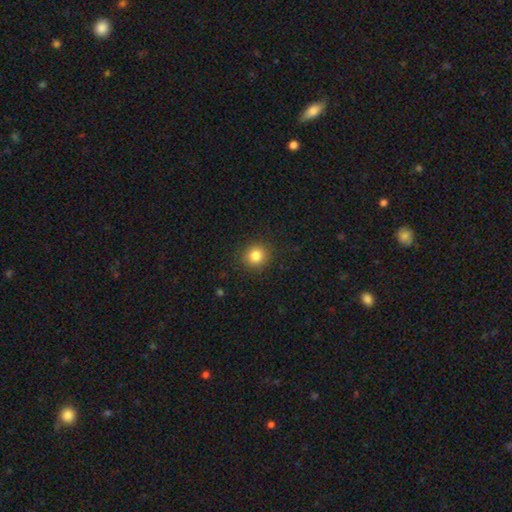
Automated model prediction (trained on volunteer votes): Morphology: type=smooth (83%); roundness=round (91%); merging=none (90%).